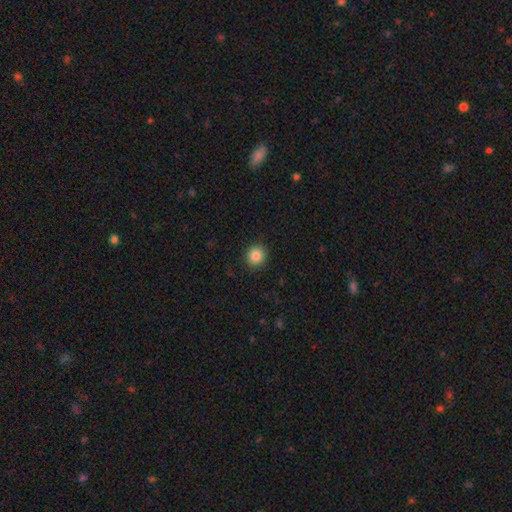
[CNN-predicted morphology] A smooth galaxy with no disk features (86%) that is round (91%). Merging: none (91%).